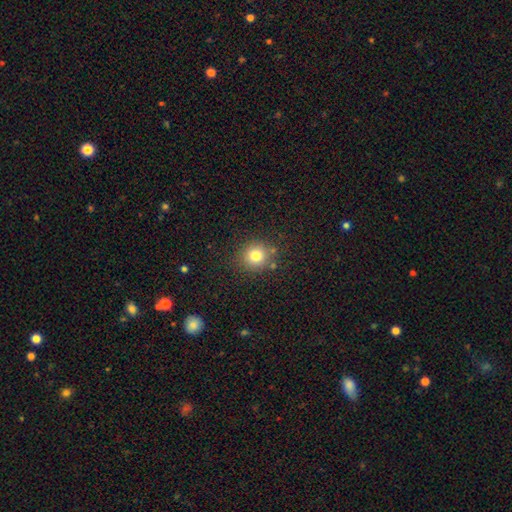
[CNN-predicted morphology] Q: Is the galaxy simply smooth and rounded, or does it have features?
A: smooth — 80%.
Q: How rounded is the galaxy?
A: round — 88%.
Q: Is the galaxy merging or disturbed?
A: none — 82%.